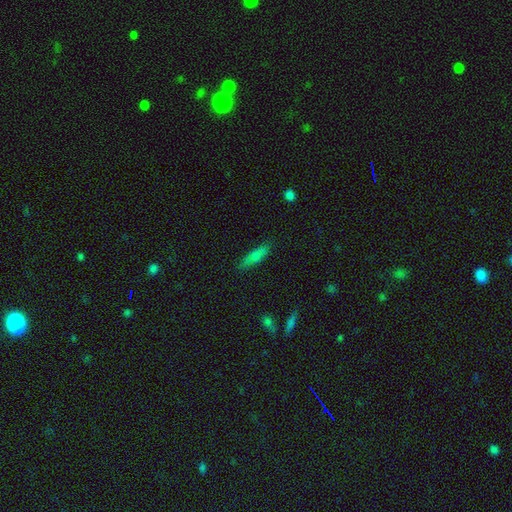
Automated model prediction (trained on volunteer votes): A smooth galaxy with no disk features (68%) that is cigar-shaped (66%). Merging: none (83%).